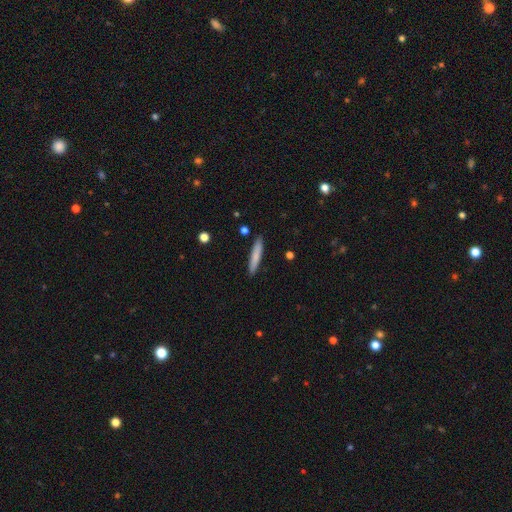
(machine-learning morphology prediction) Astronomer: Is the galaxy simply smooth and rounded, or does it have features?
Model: smooth — 77%.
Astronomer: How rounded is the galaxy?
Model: cigar-shaped — 92%.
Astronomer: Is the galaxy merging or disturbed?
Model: none — 90%.